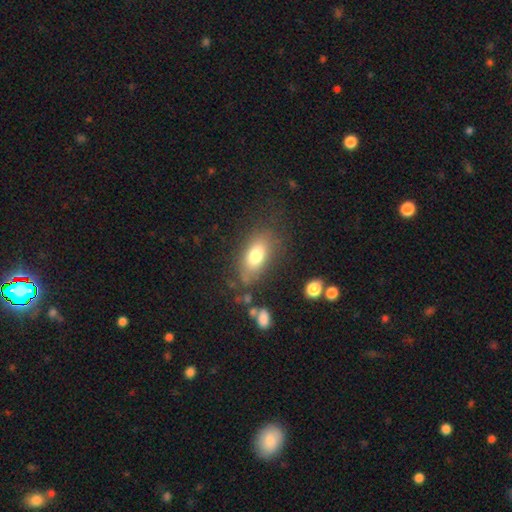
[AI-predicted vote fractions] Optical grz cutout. It shows a smooth galaxy with no disk features (75%) that is in between round and cigar-shaped (85%). Merging: none (73%).